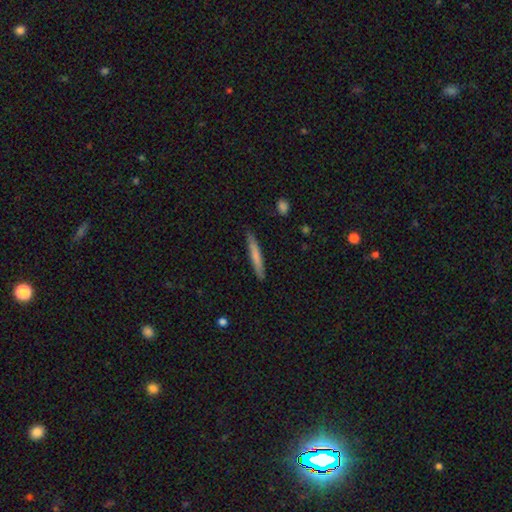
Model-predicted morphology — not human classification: smooth-or-featured: smooth: 72% | featured or disk: 23% | star or artifact: 5%
  how-rounded: cigar-shaped: 95% | in between: 3% | round: 1%
  merging: none: 87% | minor disturbance: 10% | major disturbance: 2% | merger: 1%